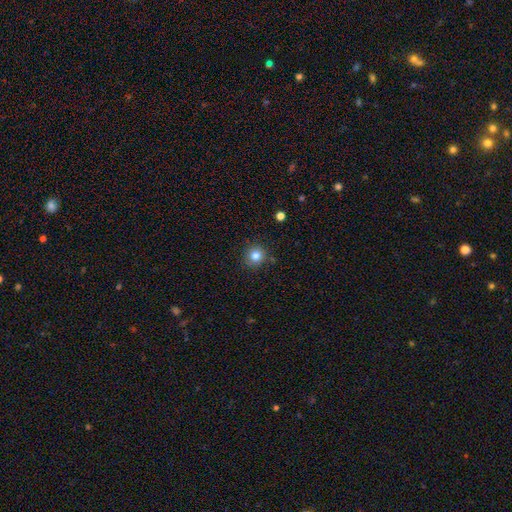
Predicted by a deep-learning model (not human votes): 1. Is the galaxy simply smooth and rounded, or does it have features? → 81% smooth, 12% star or artifact, 7% featured or disk.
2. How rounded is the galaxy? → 93% round, 6% in between, 1% cigar-shaped.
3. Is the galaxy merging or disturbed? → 87% none, 9% minor disturbance, 2% major disturbance, 2% merger.